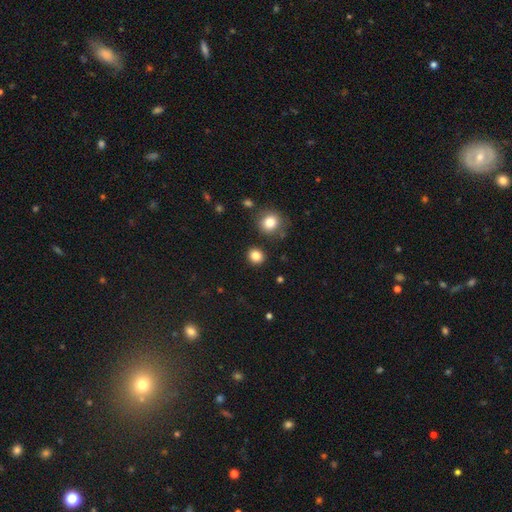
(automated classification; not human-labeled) Overall: smooth (84%). How rounded: round (85%). Merging: none (89%).